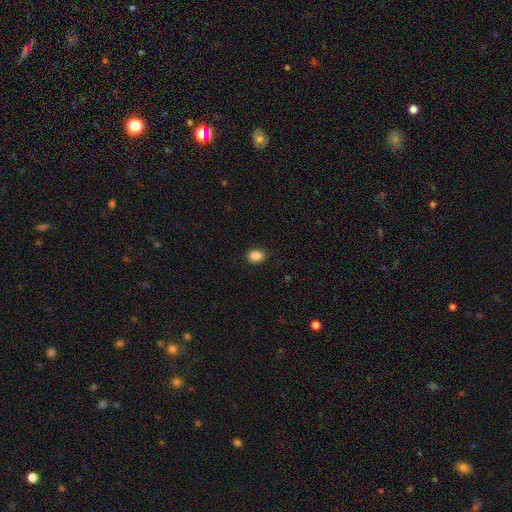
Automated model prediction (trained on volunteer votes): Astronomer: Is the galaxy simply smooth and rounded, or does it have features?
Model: smooth — 88%.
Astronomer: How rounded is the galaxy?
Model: in between — 80%.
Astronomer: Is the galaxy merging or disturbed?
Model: none — 85%.